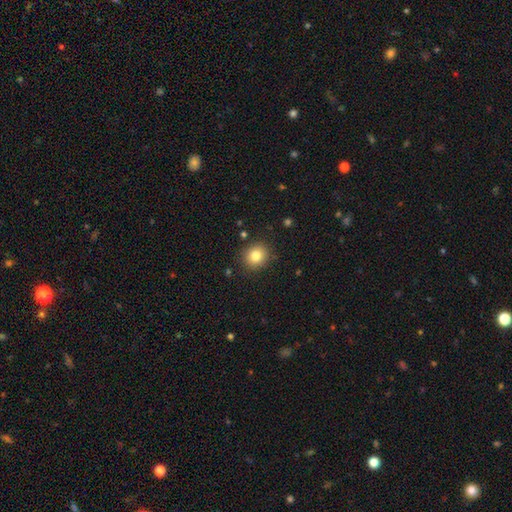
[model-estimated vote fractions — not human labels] This is clearly a smooth galaxy (82%). How rounded: clearly round (84%). Merging: clearly none (88%).